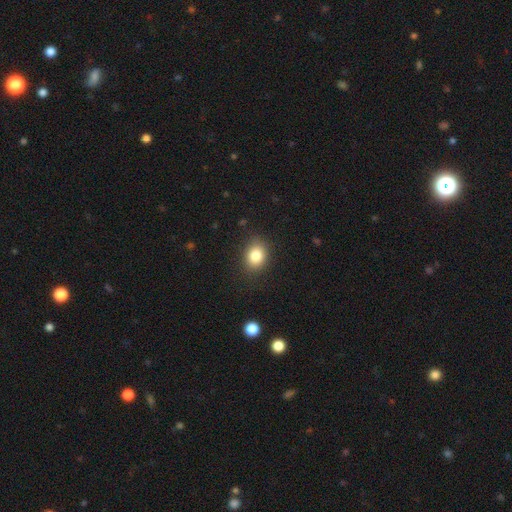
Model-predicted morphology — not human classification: This appears to be a smooth galaxy with no disk features (84%) that is in between round and cigar-shaped (54%). Merging: none (86%).